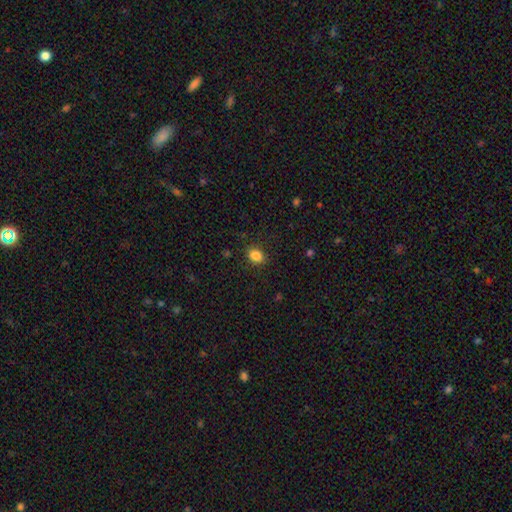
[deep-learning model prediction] This is clearly a smooth galaxy (85%). How rounded: possibly in between (56%). Merging: clearly none (87%).